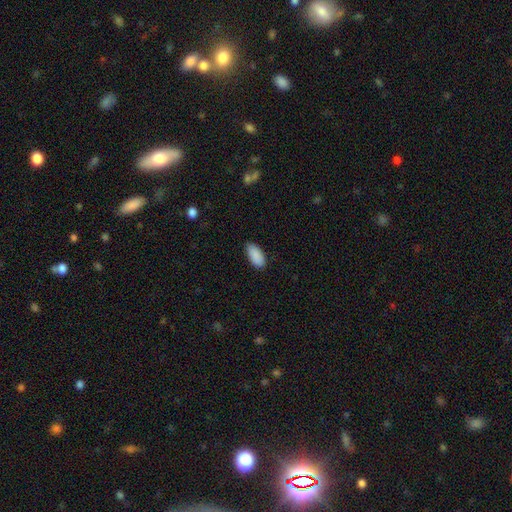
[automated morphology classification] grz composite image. It shows a smooth galaxy with no disk features (91%) that is in between round and cigar-shaped (93%). Merging: none (85%).